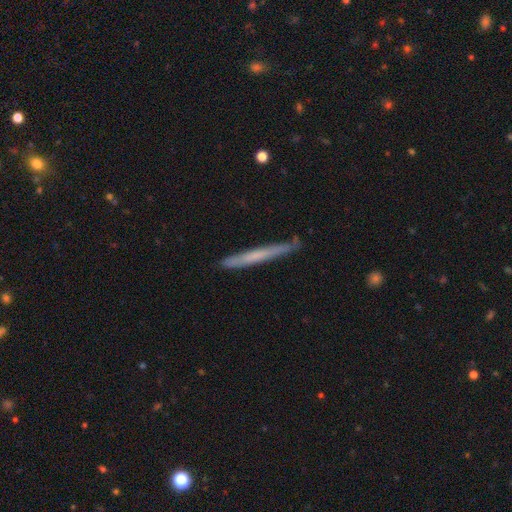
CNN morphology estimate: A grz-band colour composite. It shows a smooth galaxy with no disk features (53%) that is cigar-shaped (97%). Merging: none (83%).